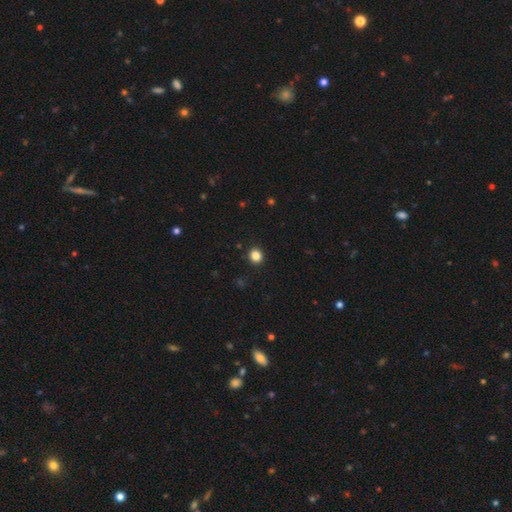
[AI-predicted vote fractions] This is clearly a smooth galaxy (85%). How rounded: clearly round (83%). Merging: clearly none (92%).